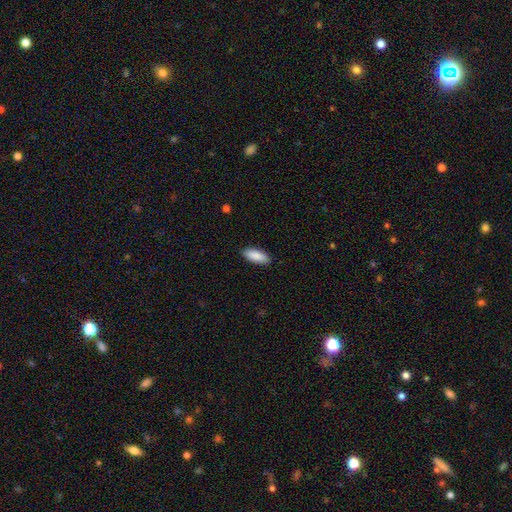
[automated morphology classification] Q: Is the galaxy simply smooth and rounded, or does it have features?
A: smooth — 89%.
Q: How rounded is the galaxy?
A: in between — 80%.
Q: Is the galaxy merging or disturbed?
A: none — 89%.